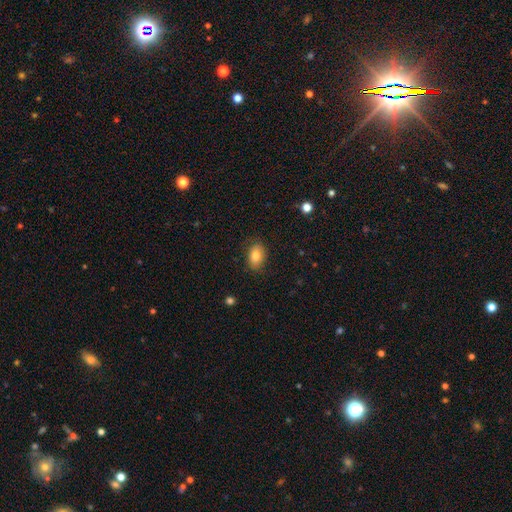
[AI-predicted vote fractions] smooth 82%, featured or disk 9%, star or artifact 8%. Down the decision tree: how rounded — in between (85%); merging — none (84%).